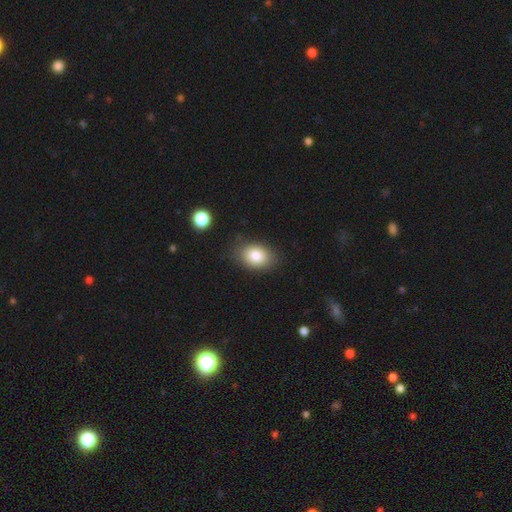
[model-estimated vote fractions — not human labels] Overall: smooth (83%). How rounded: in between (75%). Merging: none (81%).